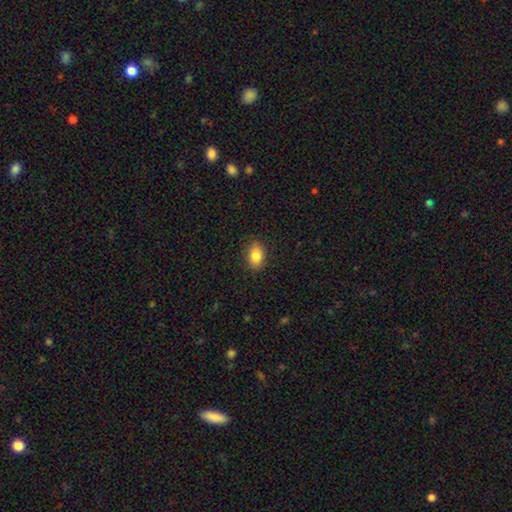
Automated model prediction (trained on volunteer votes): Smooth or featured: smooth — 84% (star or artifact — 8%)
How rounded: in between — 84% (round — 15%)
Merging: none — 88% (minor disturbance — 9%)